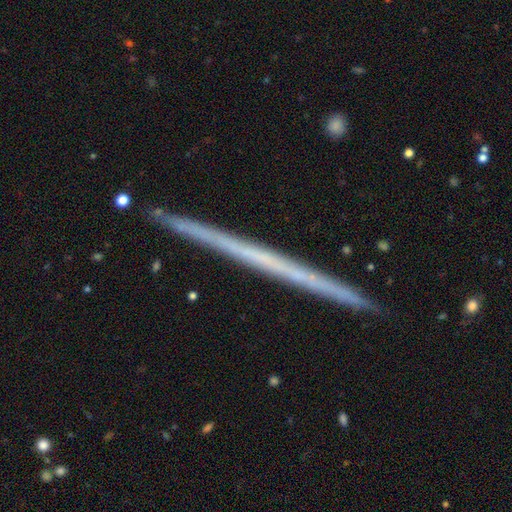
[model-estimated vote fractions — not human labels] Smooth or featured?
  - featured or disk: 66% *
  - smooth: 28%
  - star or artifact: 6%
Edge-on disk?
  - yes: 98% *
  - no: 2%
Edge-on bulge?
  - none: 94% *
  - rounded: 4%
  - boxy: 2%
Merging?
  - none: 92% *
  - minor disturbance: 5%
  - merger: 1%
  - major disturbance: 1%